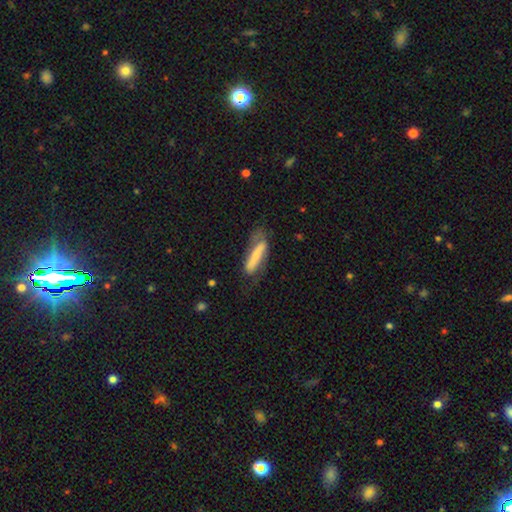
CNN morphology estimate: Smooth or featured: smooth — 57% (featured or disk — 36%)
How rounded: cigar-shaped — 74% (in between — 24%)
Merging: none — 54% (minor disturbance — 27%)